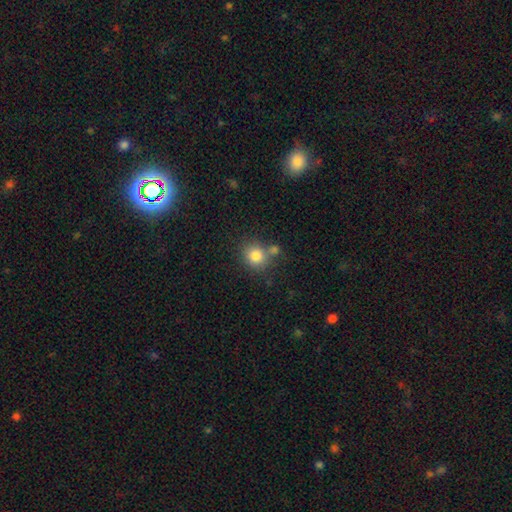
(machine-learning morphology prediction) Smooth or featured?
  - smooth: 82% *
  - star or artifact: 10%
  - featured or disk: 8%
How rounded?
  - round: 82% *
  - in between: 17%
  - cigar-shaped: 1%
Merging?
  - none: 62% *
  - merger: 21%
  - minor disturbance: 13%
  - major disturbance: 4%